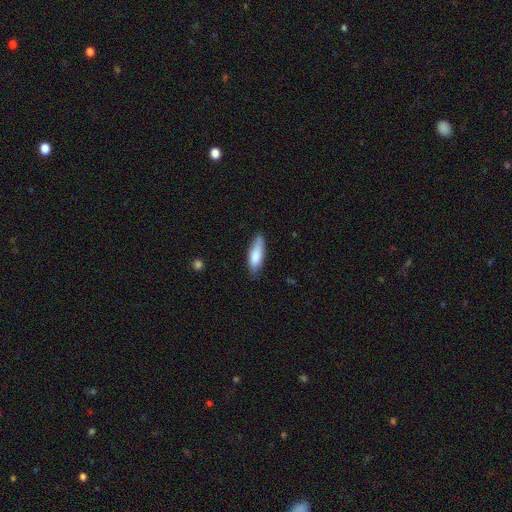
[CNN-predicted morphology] This is clearly a smooth galaxy (82%). How rounded: possibly in between (50%). Merging: likely none (76%).